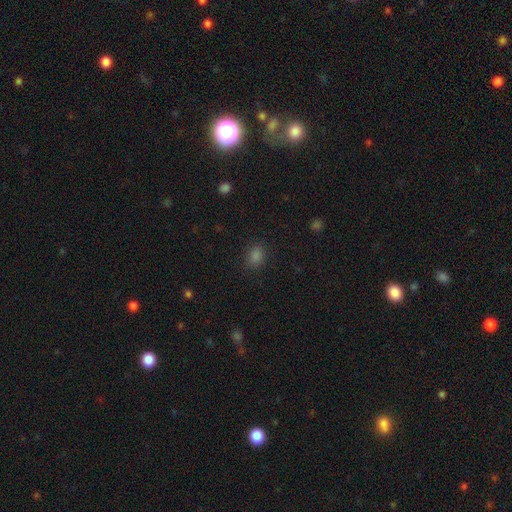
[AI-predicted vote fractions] Overall: smooth (79%). How rounded: in between (58%; round 40%). Merging: none (86%).